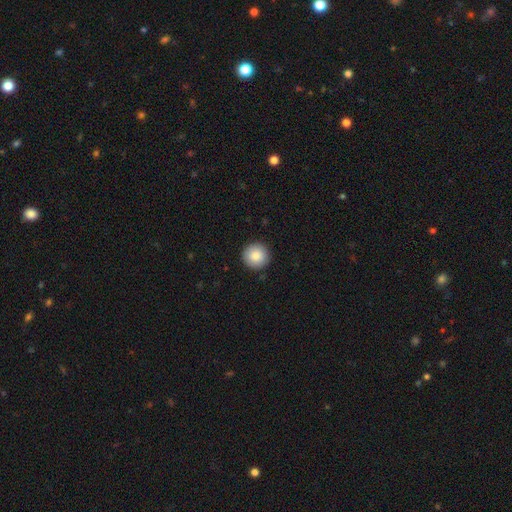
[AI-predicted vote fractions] Morphology: type=smooth (86%); roundness=round (95%); merging=none (92%).